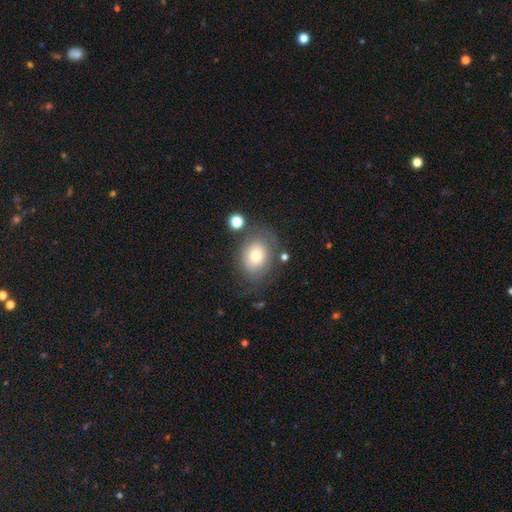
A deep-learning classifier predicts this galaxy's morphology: smooth 66%, featured or disk 25%, star or artifact 9%. Down the decision tree: how rounded — in between (59%); merging — none (60%).